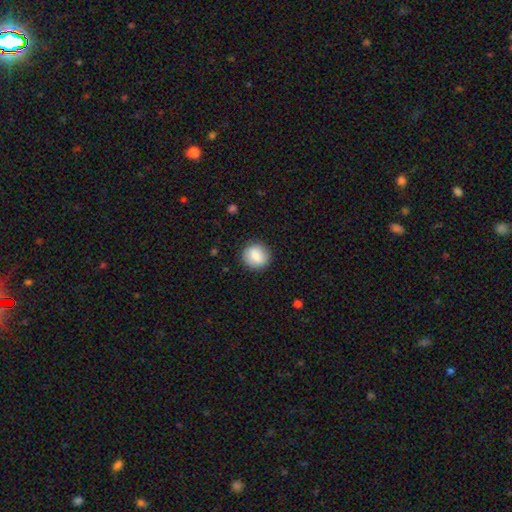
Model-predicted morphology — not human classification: smooth-or-featured: smooth: 85% | featured or disk: 8% | star or artifact: 7%
  how-rounded: round: 87% | in between: 12% | cigar-shaped: 1%
  merging: none: 89% | minor disturbance: 8% | major disturbance: 3% | merger: 1%